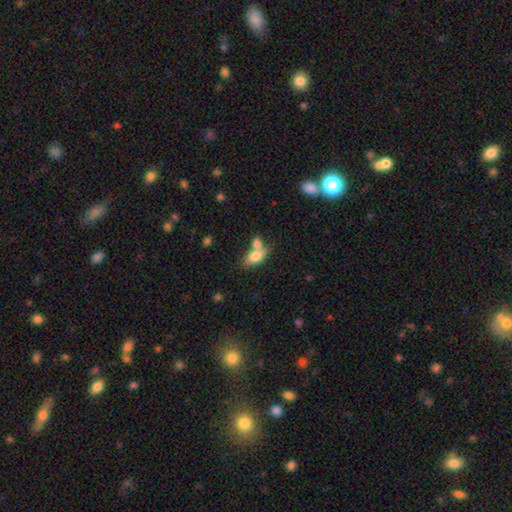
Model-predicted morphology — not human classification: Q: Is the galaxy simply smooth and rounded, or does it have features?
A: smooth — 76%.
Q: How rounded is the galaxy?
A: in between — 84%.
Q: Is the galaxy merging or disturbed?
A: merger — 46%.